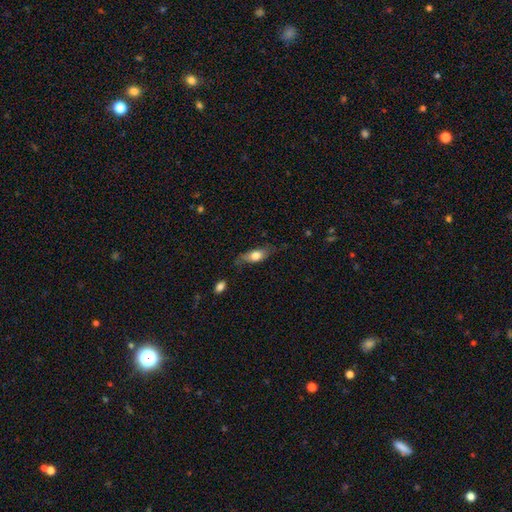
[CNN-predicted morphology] Smooth or featured? smooth (68%)
How rounded? in between (72%)
Merging? none (58%)